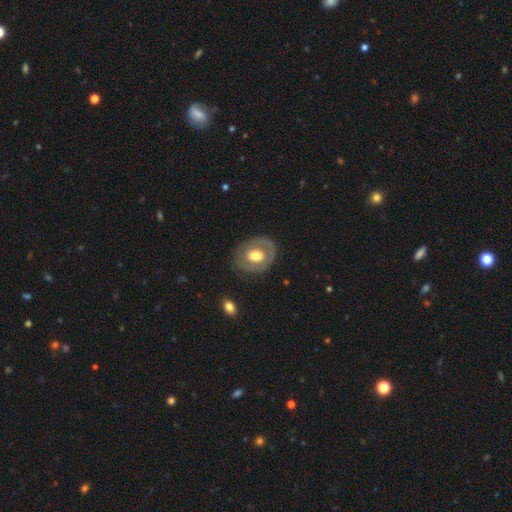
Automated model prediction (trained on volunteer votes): Smooth or featured? Predicted: featured or disk (p=0.57). Edge-on disk? Predicted: no (p=0.95). Bar? Predicted: no (p=0.71). Spiral arms? Predicted: no (p=0.65). Bulge size? Predicted: moderate (p=0.53). Merging? Predicted: none (p=0.75).